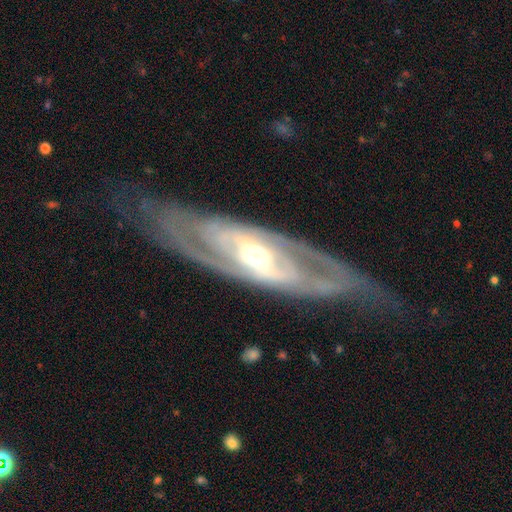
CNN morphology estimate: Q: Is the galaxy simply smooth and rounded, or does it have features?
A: featured or disk — 86%.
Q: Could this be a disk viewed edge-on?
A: no — 82%.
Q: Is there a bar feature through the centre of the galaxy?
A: no — 36%.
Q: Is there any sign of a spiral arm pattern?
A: yes — 83%.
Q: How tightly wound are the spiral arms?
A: tight — 54%.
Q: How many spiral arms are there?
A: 2 — 61%.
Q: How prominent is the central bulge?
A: moderate — 67%.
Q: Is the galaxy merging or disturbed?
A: none — 78%.